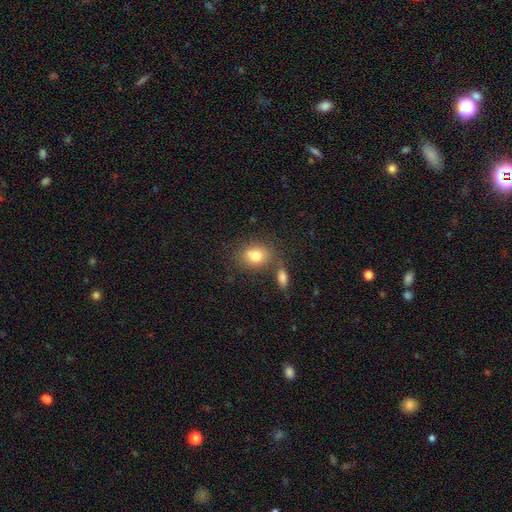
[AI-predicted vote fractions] smooth-or-featured: smooth: 78% | featured or disk: 12% | star or artifact: 10%
  how-rounded: in between: 55% | round: 43% | cigar-shaped: 1%
  merging: none: 61% | merger: 20% | minor disturbance: 14% | major disturbance: 5%